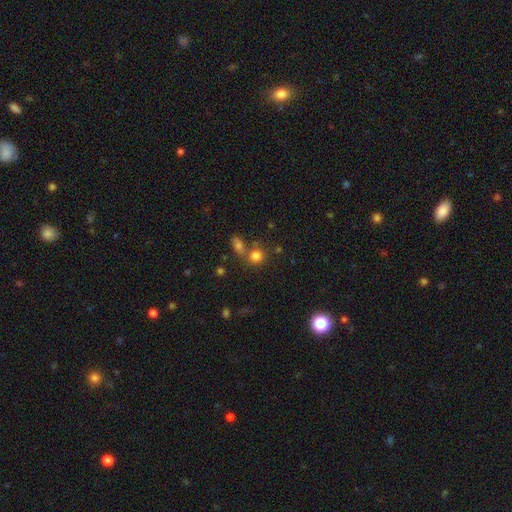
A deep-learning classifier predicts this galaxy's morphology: smooth 79%, star or artifact 13%, featured or disk 8%. Down the decision tree: how rounded — round (80%); merging — none (57%).